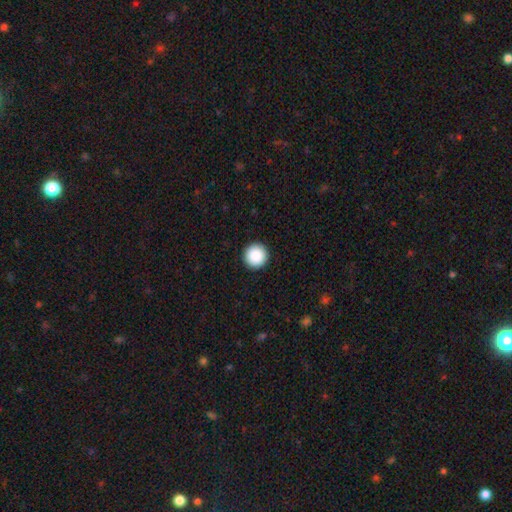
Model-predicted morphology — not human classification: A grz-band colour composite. It shows a smooth galaxy with no disk features (89%) that is round (97%). Merging: none (94%).